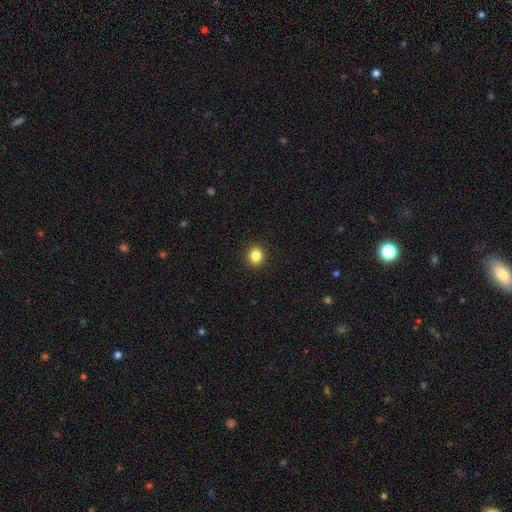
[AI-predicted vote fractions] Overall: smooth (85%). How rounded: round (82%). Merging: none (92%).